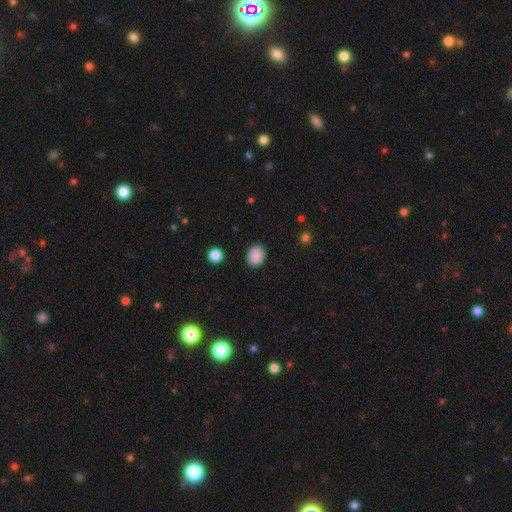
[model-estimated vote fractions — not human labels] Q: Smooth or featured?
A: smooth (89%); runner-up: star or artifact (8%)
Q: How rounded?
A: round (53%); runner-up: in between (46%)
Q: Merging?
A: none (90%); runner-up: minor disturbance (7%)